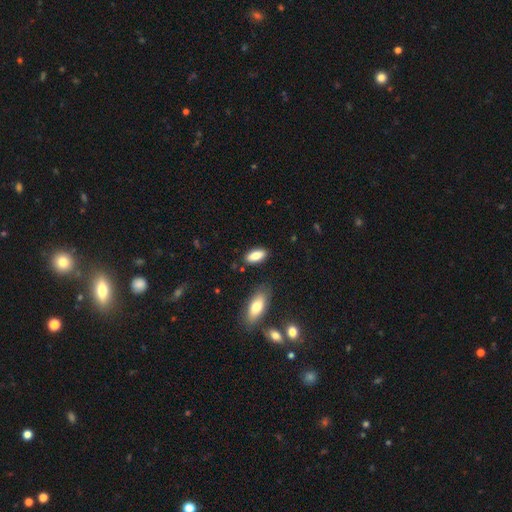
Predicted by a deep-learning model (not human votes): Overall: smooth (84%). How rounded: in between (85%). Merging: none (85%).